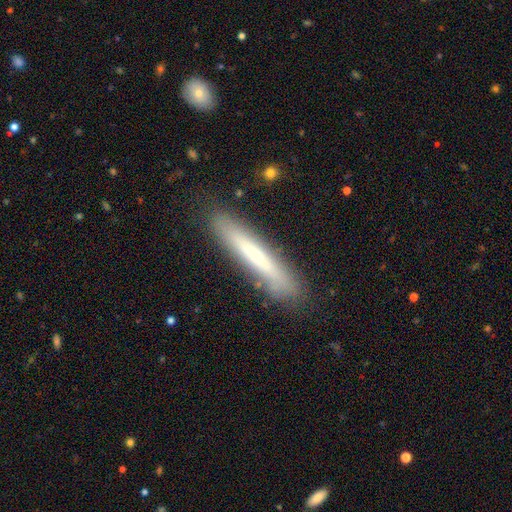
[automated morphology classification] smooth-or-featured: smooth: 50% | featured or disk: 42% | star or artifact: 7%
  how-rounded: cigar-shaped: 93% | in between: 6% | round: 1%
  merging: none: 86% | minor disturbance: 10% | major disturbance: 2% | merger: 2%